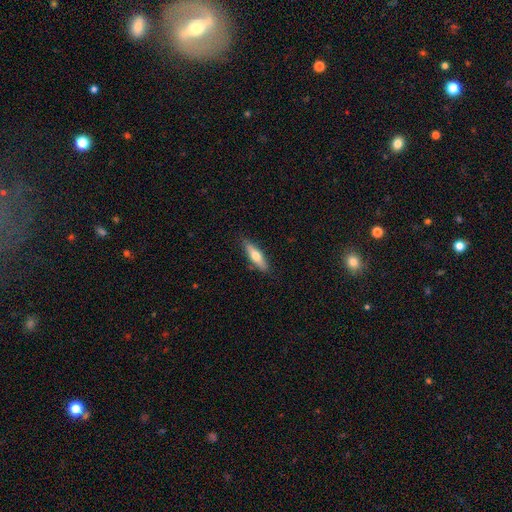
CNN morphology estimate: smooth 60%, featured or disk 34%, star or artifact 6%. Down the decision tree: how rounded — cigar-shaped (63%); merging — none (83%).